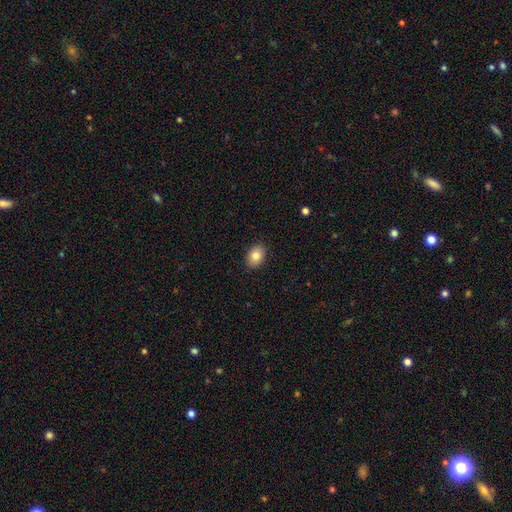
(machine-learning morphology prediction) smooth 84%, featured or disk 8%, star or artifact 8%. Down the decision tree: how rounded — in between (76%); merging — none (89%).